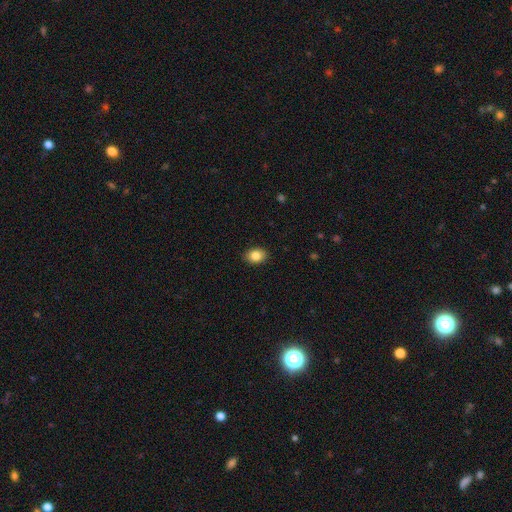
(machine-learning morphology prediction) A smooth galaxy with no disk features (84%) that is in between round and cigar-shaped (72%). Merging: none (89%).